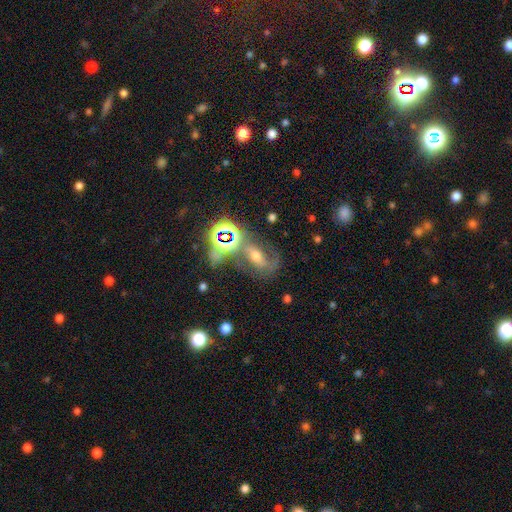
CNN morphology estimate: smooth_or_featured: featured or disk (p=0.50) [alt: star or artifact p=0.28]
disk_edge_on: no (p=0.89) [alt: yes p=0.11]
merging: none (p=0.50) [alt: merger p=0.17]